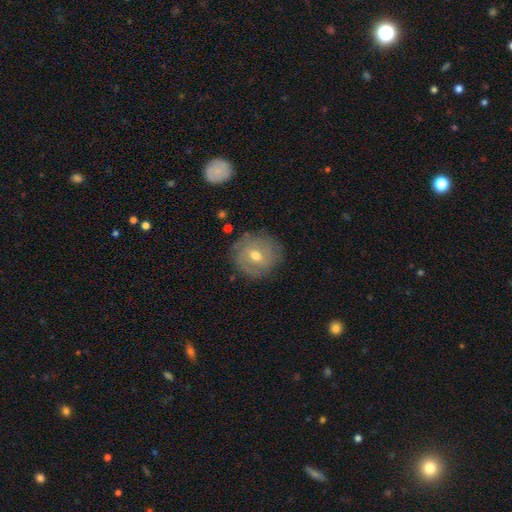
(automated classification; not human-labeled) Smooth or featured? Predicted: featured or disk (p=0.58). Edge-on disk? Predicted: no (p=0.96). Bar? Predicted: no (p=0.47). Spiral arms? Predicted: yes (p=0.71). Bulge size? Predicted: moderate (p=0.69). Merging? Predicted: none (p=0.79).